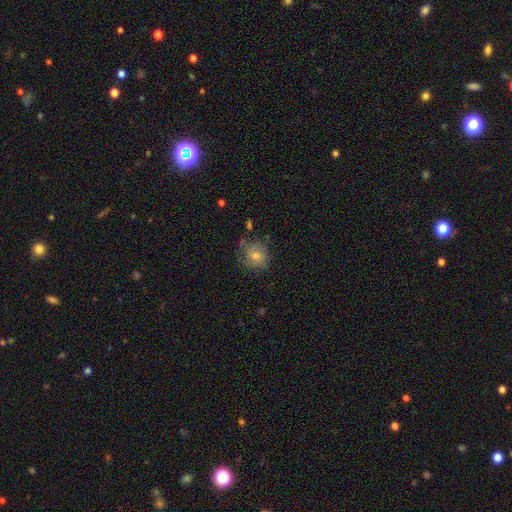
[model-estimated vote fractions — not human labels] smooth 52%, featured or disk 34%, star or artifact 13%. Down the decision tree: how rounded — round (79%); merging — none (66%).